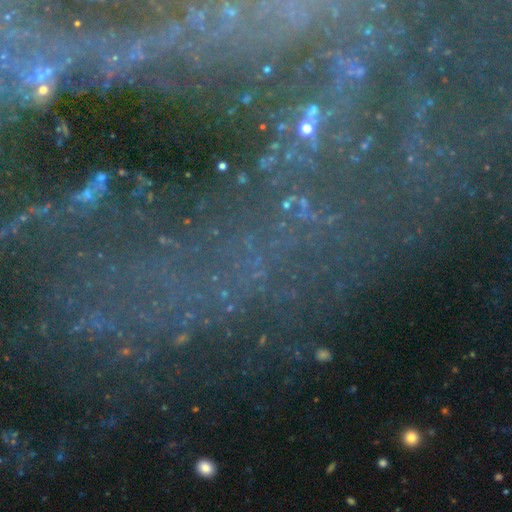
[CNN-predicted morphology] Overall: star or artifact (48%; featured or disk 39%).